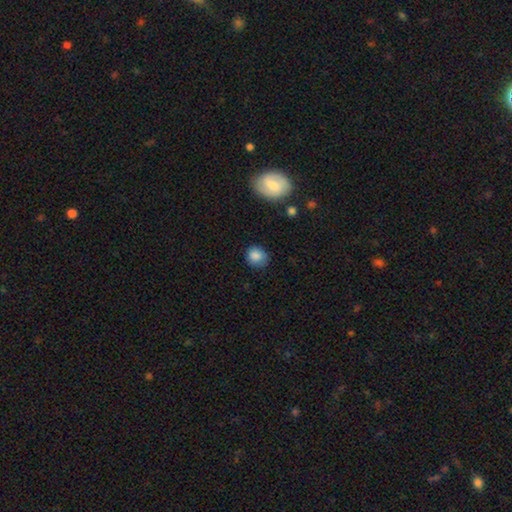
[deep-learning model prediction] Smooth or featured?
  - smooth: 84% *
  - star or artifact: 9%
  - featured or disk: 7%
How rounded?
  - round: 73% *
  - in between: 26%
  - cigar-shaped: 1%
Merging?
  - none: 70% *
  - minor disturbance: 22%
  - major disturbance: 6%
  - merger: 2%